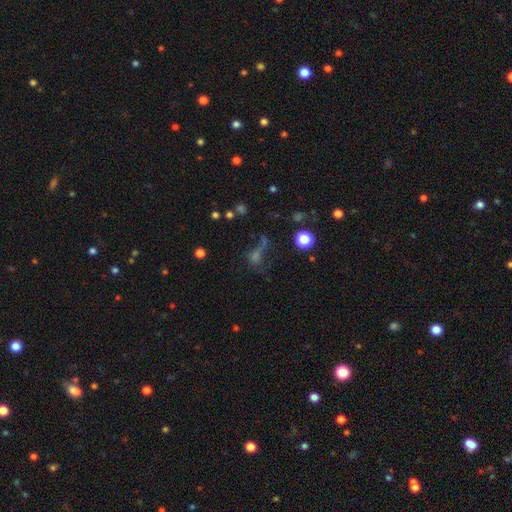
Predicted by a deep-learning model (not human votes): The model was most divided on "smooth or featured": smooth: 41%, star or artifact: 39%, featured or disk: 20%. Remaining: merging — none (41%).